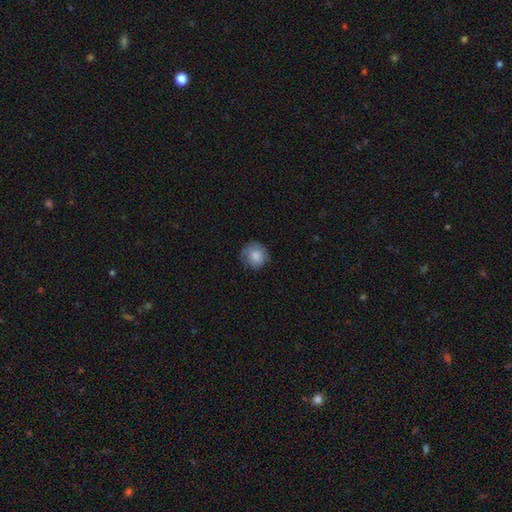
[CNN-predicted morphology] Overall: smooth (80%). How rounded: round (86%). Merging: none (66%).